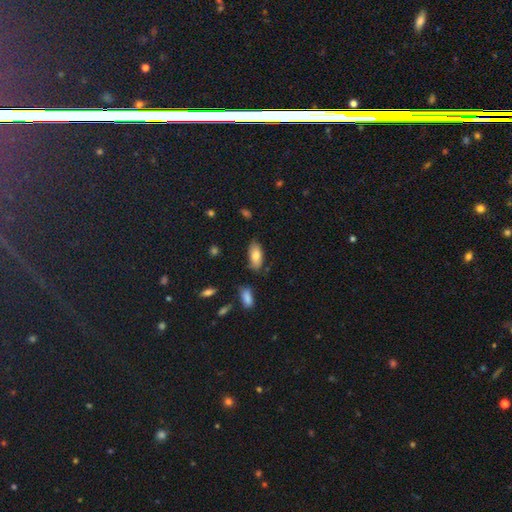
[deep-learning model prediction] Overall: smooth (78%). How rounded: in between (87%). Merging: none (74%).